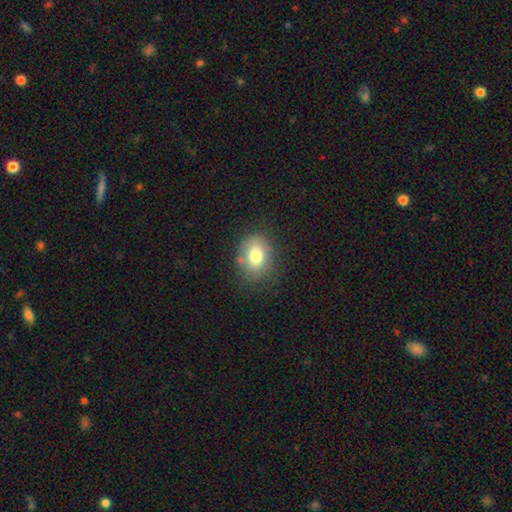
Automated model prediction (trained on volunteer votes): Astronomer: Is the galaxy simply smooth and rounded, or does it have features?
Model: smooth — 76%.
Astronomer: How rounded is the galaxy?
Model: in between — 52% (runner-up: round, 47%).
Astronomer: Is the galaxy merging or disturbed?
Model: none — 75%.